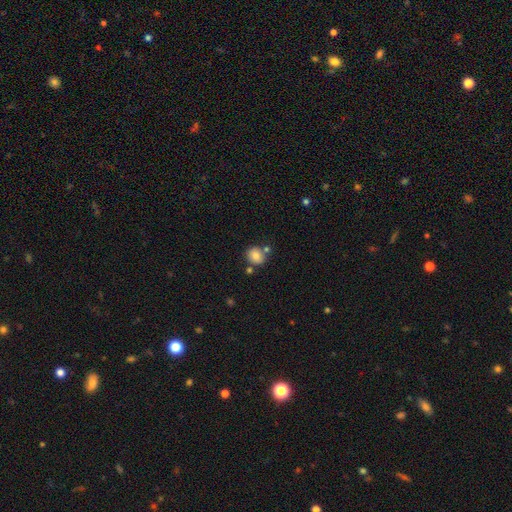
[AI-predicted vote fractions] smooth-or-featured: smooth: 79% | featured or disk: 11% | star or artifact: 10%
  how-rounded: round: 76% | in between: 23% | cigar-shaped: 1%
  merging: none: 71% | merger: 14% | minor disturbance: 12% | major disturbance: 3%